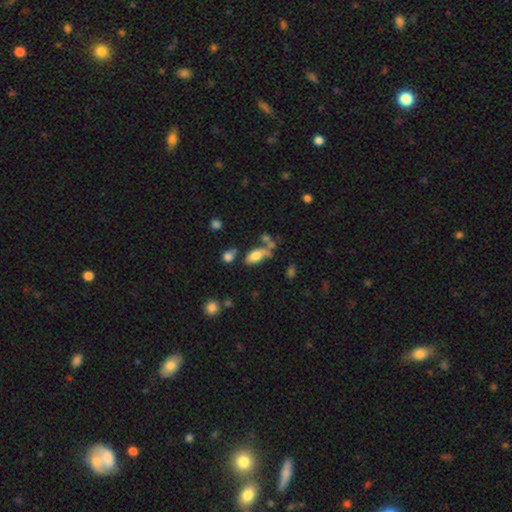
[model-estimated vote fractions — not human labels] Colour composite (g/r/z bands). It shows a smooth galaxy with no disk features (70%) that is in between round and cigar-shaped (84%). Merging: none (43%).